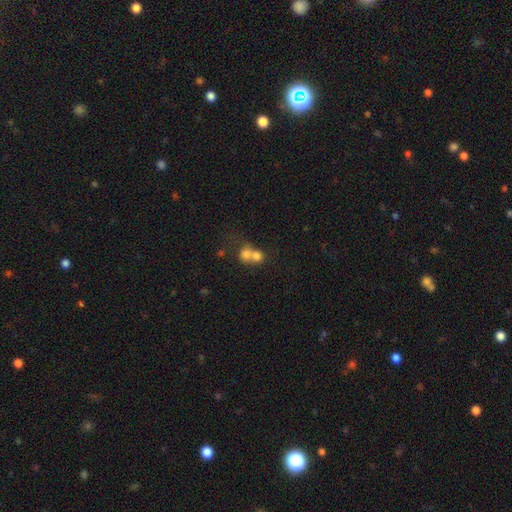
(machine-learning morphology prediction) This appears to be a smooth galaxy with no disk features (72%) that is round (75%). Merging: merger (68%).